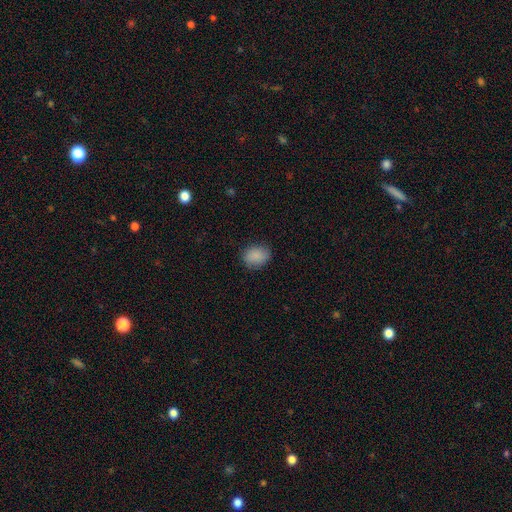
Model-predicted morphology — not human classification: Smooth or featured?
  - smooth: 88% *
  - star or artifact: 8%
  - featured or disk: 4%
How rounded?
  - in between: 56% *
  - round: 43%
  - cigar-shaped: 1%
Merging?
  - none: 81% *
  - minor disturbance: 14%
  - major disturbance: 3%
  - merger: 1%